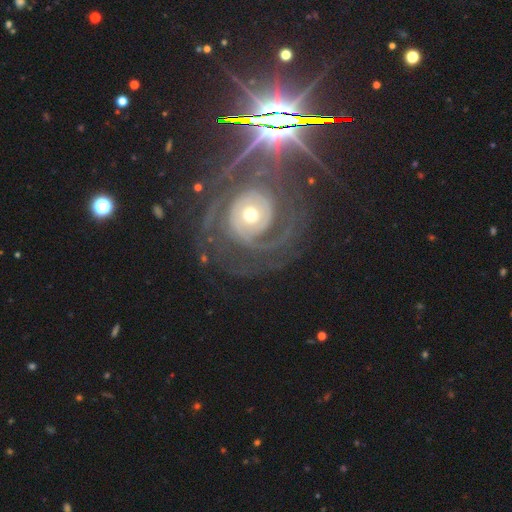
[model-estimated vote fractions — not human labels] Smooth or featured? featured or disk (81%)
Edge-on disk? no (97%)
Bar? no (76%)
Spiral arms? yes (90%)
Spiral winding? tight (69%)
Spiral arm count? 2 (34%)
Bulge size? moderate (55%)
Merging? none (69%)